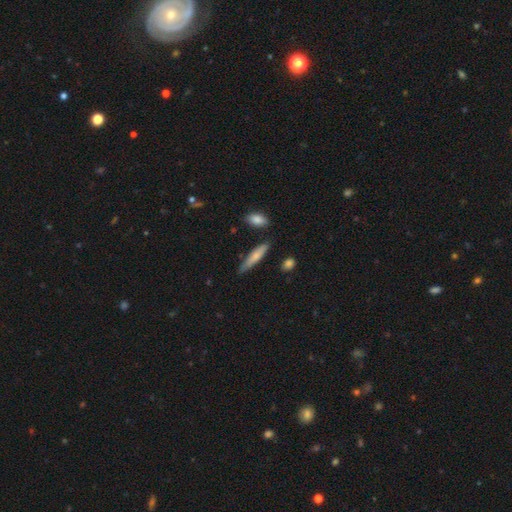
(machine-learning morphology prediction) type=smooth (72%); roundness=cigar-shaped (83%); merging=none (75%).